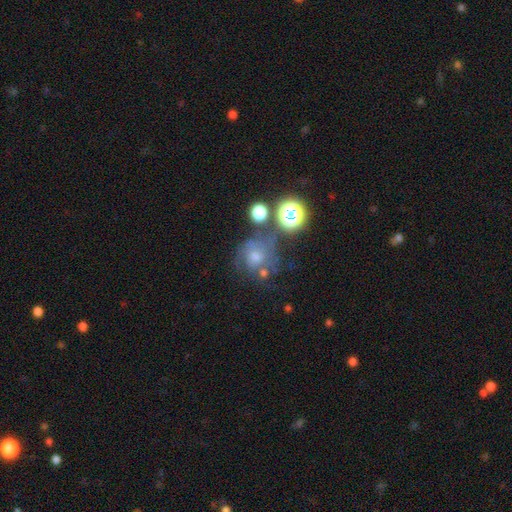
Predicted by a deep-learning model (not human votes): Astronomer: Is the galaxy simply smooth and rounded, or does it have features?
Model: featured or disk — 41% (runner-up: smooth, 33%).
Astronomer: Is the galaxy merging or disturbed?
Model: none — 54%.